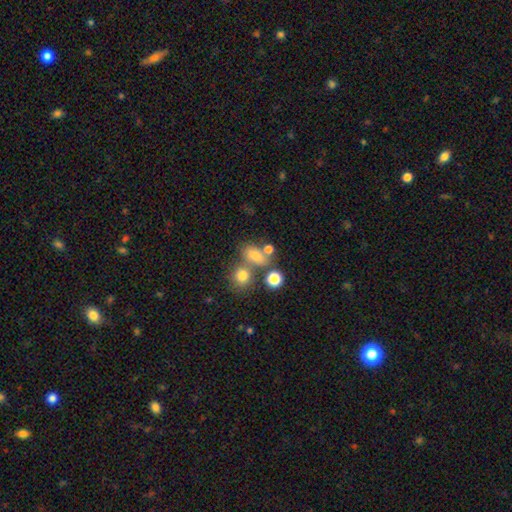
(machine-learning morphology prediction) This is likely a smooth galaxy (72%). How rounded: likely in between (72%). Merging: possibly none (49%).